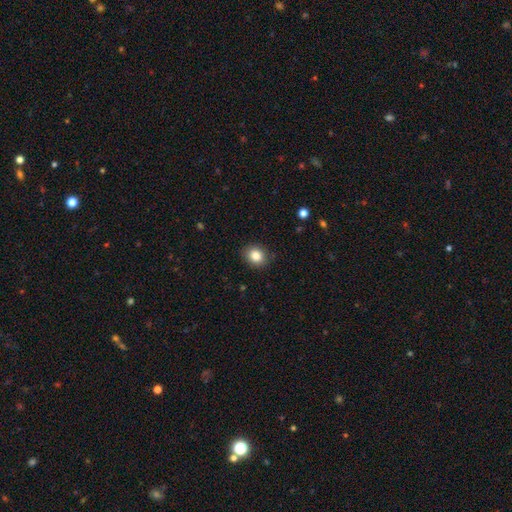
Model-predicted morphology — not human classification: smooth-or-featured: smooth: 85% | star or artifact: 9% | featured or disk: 6%
  how-rounded: round: 61% | in between: 39% | cigar-shaped: 1%
  merging: none: 88% | minor disturbance: 8% | major disturbance: 2% | merger: 1%